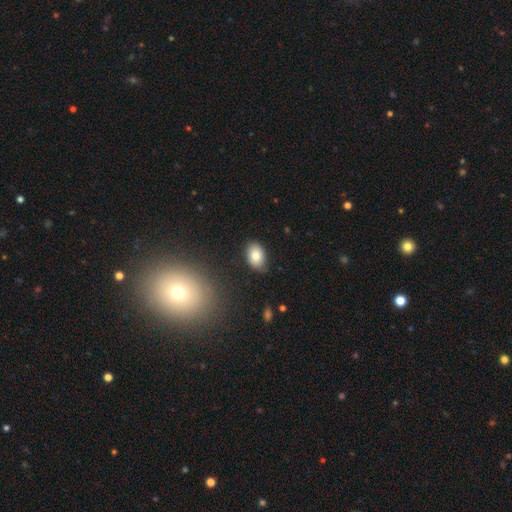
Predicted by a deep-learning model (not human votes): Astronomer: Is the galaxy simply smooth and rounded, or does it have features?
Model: smooth — 82%.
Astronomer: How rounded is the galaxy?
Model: in between — 85%.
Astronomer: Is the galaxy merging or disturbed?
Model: none — 82%.